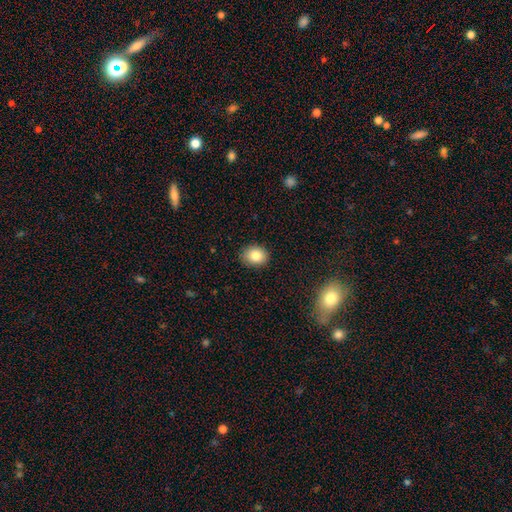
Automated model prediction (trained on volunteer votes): A smooth galaxy with no disk features (83%) that is round (52%).

Vote fractions:
- Smooth or featured? smooth: 83% / star or artifact: 10% / featured or disk: 8%
- How rounded? round: 52% / in between: 47% / cigar-shaped: 1%
- Merging? none: 88% / minor disturbance: 9% / major disturbance: 2% / merger: 1%